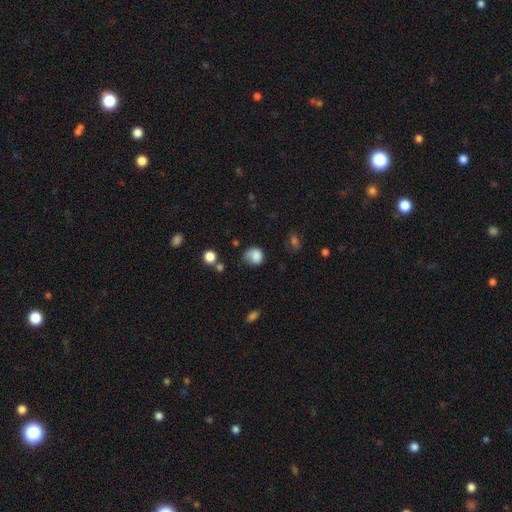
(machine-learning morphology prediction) A smooth galaxy with no disk features (80%) that is round (65%).

Vote fractions:
- Smooth or featured? smooth: 80% / featured or disk: 11% / star or artifact: 9%
- How rounded? round: 65% / in between: 34% / cigar-shaped: 1%
- Merging? none: 42% / minor disturbance: 35% / major disturbance: 19% / merger: 4%